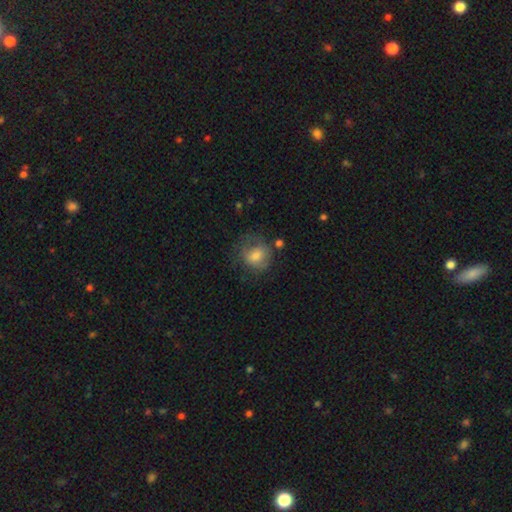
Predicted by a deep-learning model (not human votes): Smooth or featured: smooth — 66% (featured or disk — 25%)
How rounded: round — 71% (in between — 28%)
Merging: none — 55% (minor disturbance — 24%)